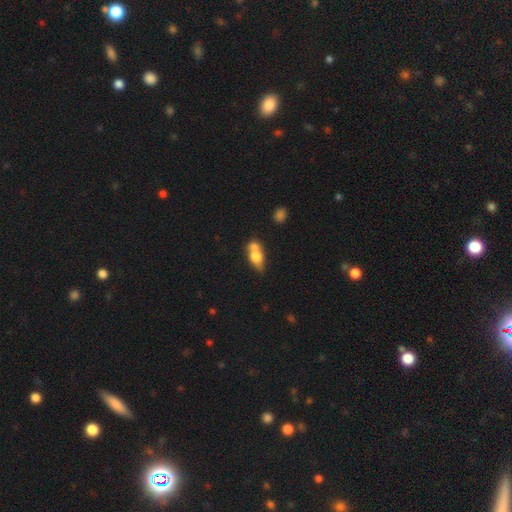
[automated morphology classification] This appears to be a smooth galaxy with no disk features (70%) that is in between round and cigar-shaped (70%). Merging: merger (55%).